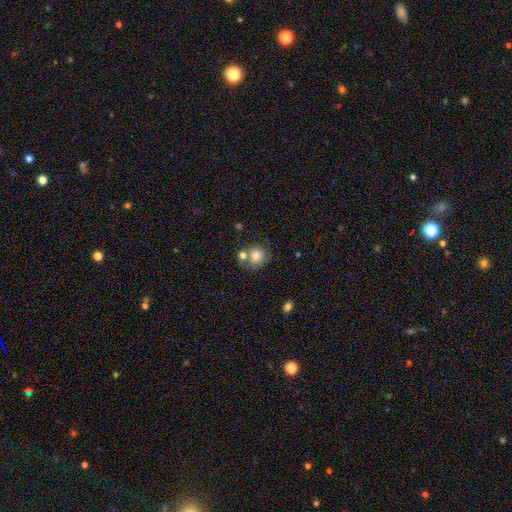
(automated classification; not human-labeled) Smooth or featured?
  - smooth: 79% *
  - featured or disk: 12%
  - star or artifact: 9%
How rounded?
  - round: 78% *
  - in between: 21%
  - cigar-shaped: 1%
Merging?
  - none: 48% *
  - merger: 30%
  - minor disturbance: 15%
  - major disturbance: 7%